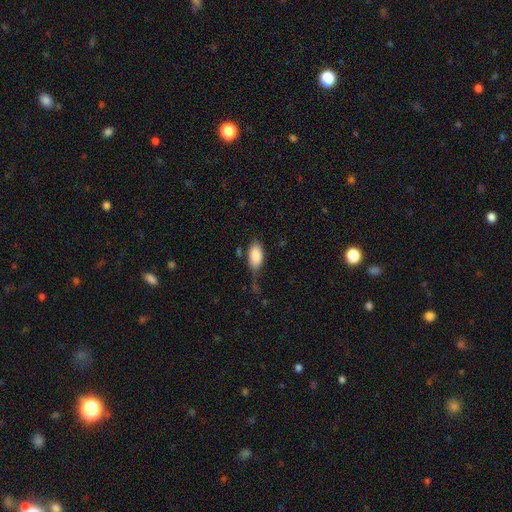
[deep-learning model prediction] Smooth or featured? Predicted: smooth (p=0.86). How rounded? Predicted: in between (p=0.93). Merging? Predicted: none (p=0.47).